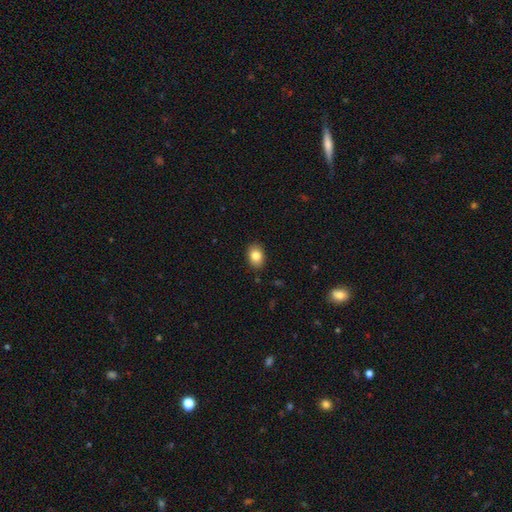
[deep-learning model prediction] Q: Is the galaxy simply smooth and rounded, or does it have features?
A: smooth — 84%.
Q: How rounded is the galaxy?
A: in between — 74%.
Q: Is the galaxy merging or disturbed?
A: none — 88%.